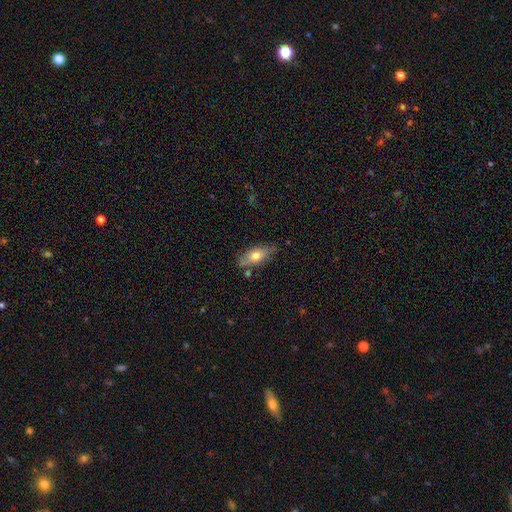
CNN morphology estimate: smooth_or_featured: smooth (p=0.68) [alt: featured or disk p=0.25]
how_rounded: in between (p=0.80) [alt: cigar-shaped p=0.16]
merging: none (p=0.72) [alt: minor disturbance p=0.19]